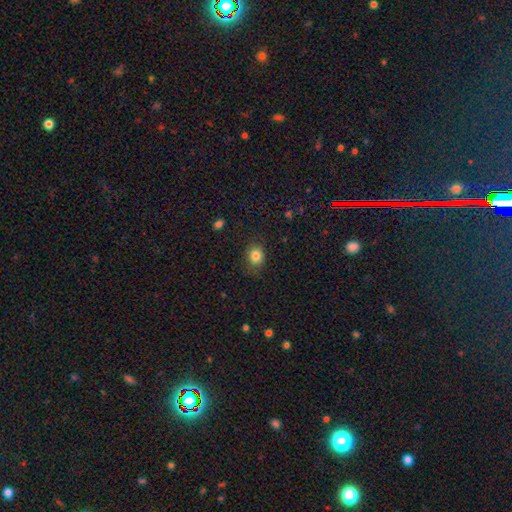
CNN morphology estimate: Q: Smooth or featured?
A: smooth (83%); runner-up: star or artifact (11%)
Q: How rounded?
A: round (65%); runner-up: in between (34%)
Q: Merging?
A: none (80%); runner-up: minor disturbance (15%)